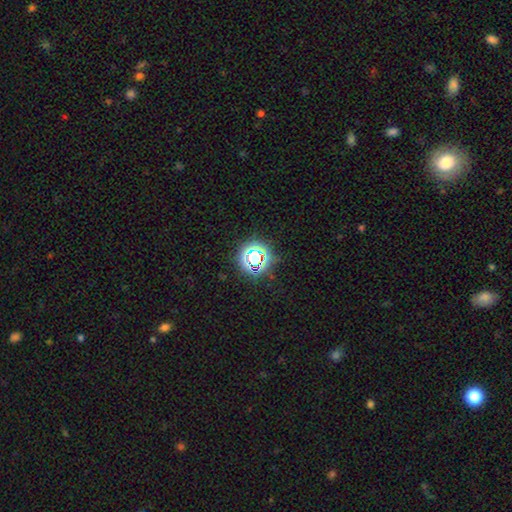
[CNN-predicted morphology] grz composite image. It shows a star or artifact, not a galaxy (68%).